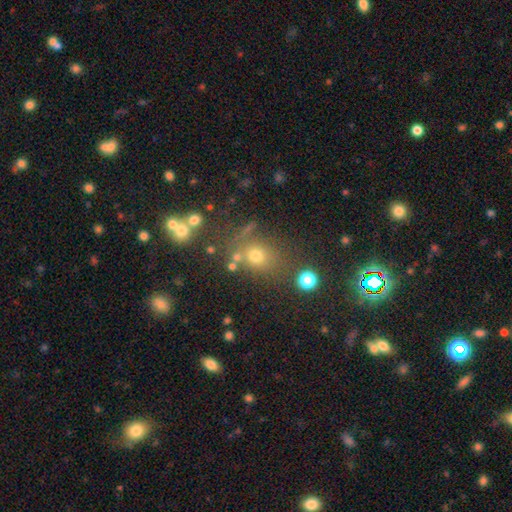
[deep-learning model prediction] Q: Smooth or featured?
A: smooth (58%); runner-up: star or artifact (30%)
Q: How rounded?
A: round (71%); runner-up: in between (28%)
Q: Merging?
A: none (67%); runner-up: minor disturbance (13%)